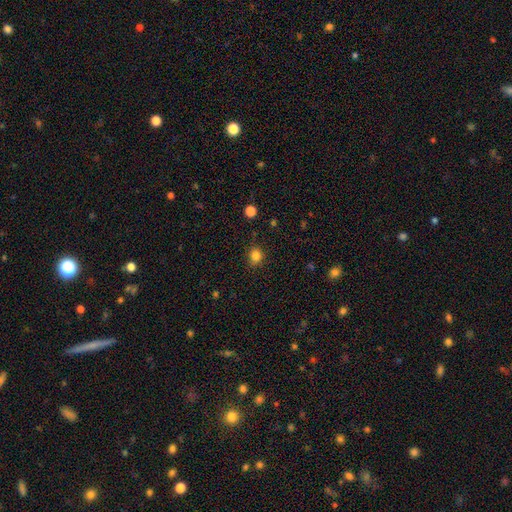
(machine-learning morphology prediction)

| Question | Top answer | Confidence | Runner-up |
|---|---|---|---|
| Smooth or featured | smooth | 83% | star or artifact (13%) |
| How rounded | round | 74% | in between (25%) |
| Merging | none | 81% | minor disturbance (15%) |